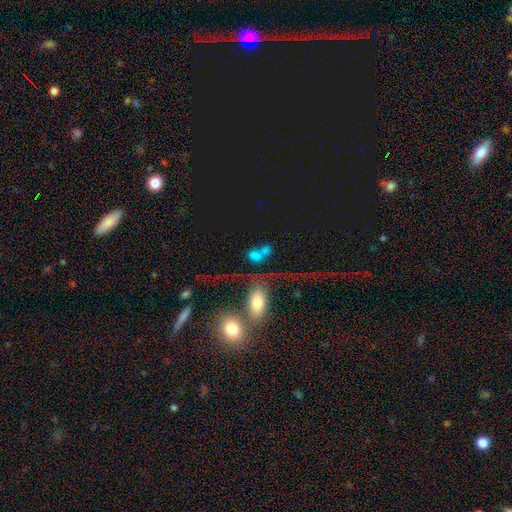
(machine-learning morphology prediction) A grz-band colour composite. It shows a smooth galaxy with no disk features (58%) that is in between round and cigar-shaped (63%). Merging: merger (44%).